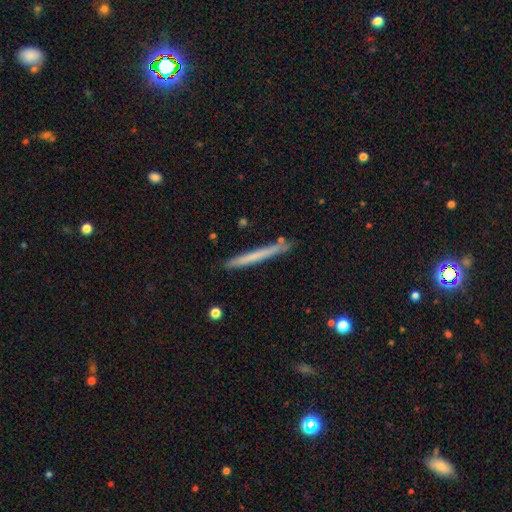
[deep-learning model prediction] Smooth or featured: smooth — 61% (featured or disk — 33%)
How rounded: cigar-shaped — 97% (in between — 2%)
Merging: none — 86% (minor disturbance — 10%)